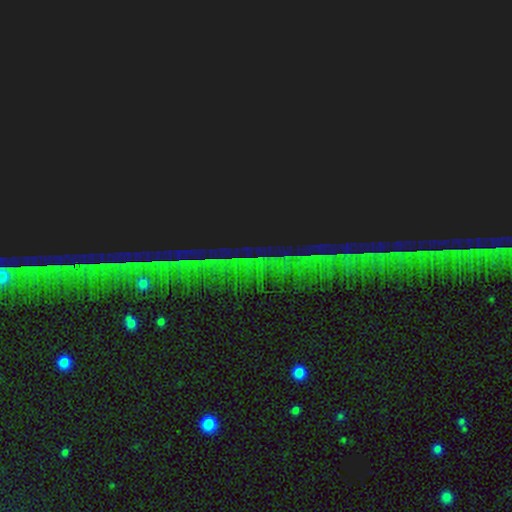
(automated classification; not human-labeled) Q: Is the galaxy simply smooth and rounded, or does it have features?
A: star or artifact — 84%.